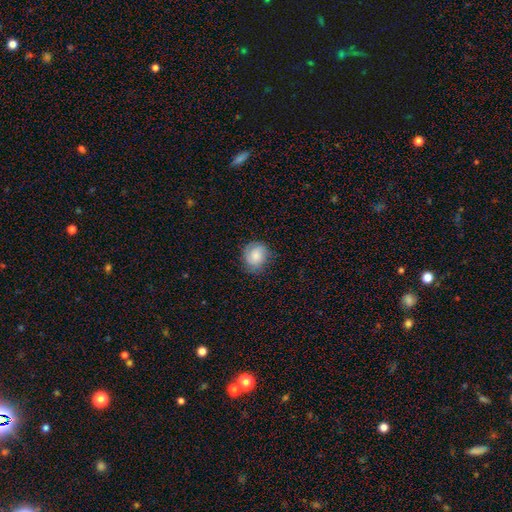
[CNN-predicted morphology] smooth 77%, featured or disk 15%, star or artifact 8%. Down the decision tree: how rounded — round (70%); merging — none (76%).